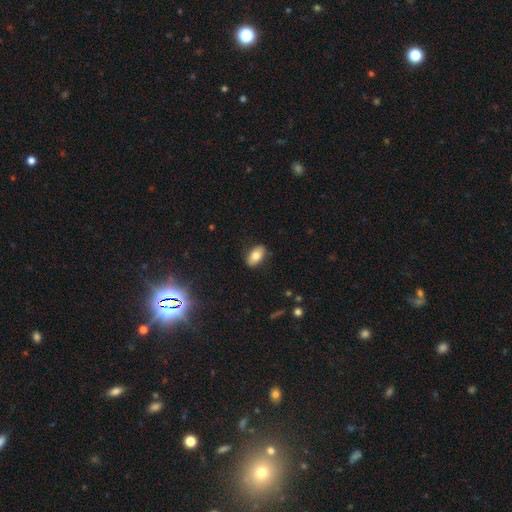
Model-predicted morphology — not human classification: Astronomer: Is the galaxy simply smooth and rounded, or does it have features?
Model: smooth — 78%.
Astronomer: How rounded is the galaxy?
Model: in between — 91%.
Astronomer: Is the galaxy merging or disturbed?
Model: none — 85%.